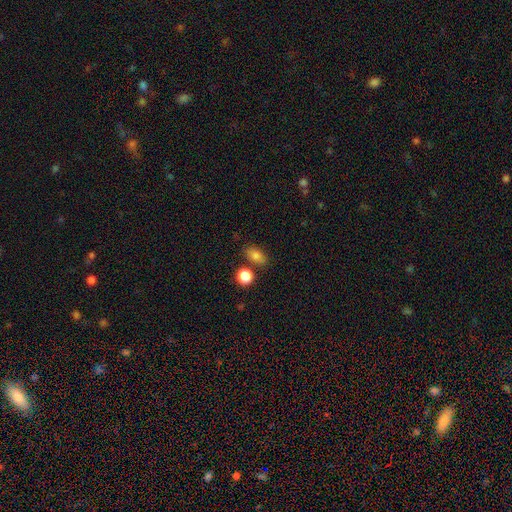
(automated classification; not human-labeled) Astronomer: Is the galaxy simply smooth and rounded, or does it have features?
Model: smooth — 81%.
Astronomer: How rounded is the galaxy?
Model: in between — 78%.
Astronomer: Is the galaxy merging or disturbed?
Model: none — 74%.